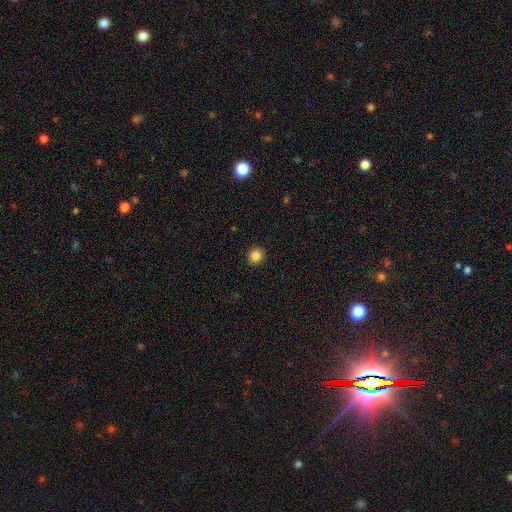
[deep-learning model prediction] Morphology: type=smooth (85%); roundness=round (90%); merging=none (92%).